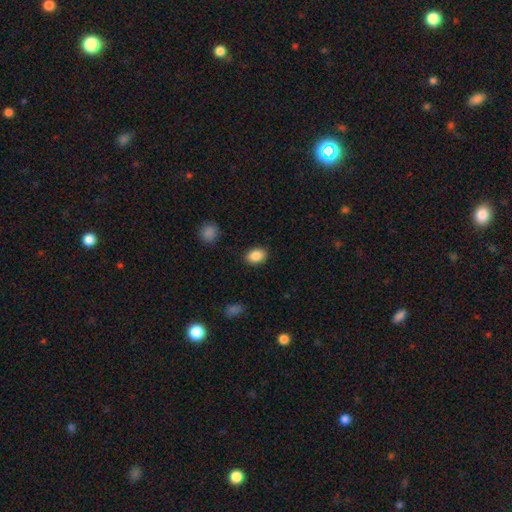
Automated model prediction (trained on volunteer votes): Morphology: type=smooth (87%); roundness=in between (76%); merging=none (88%).